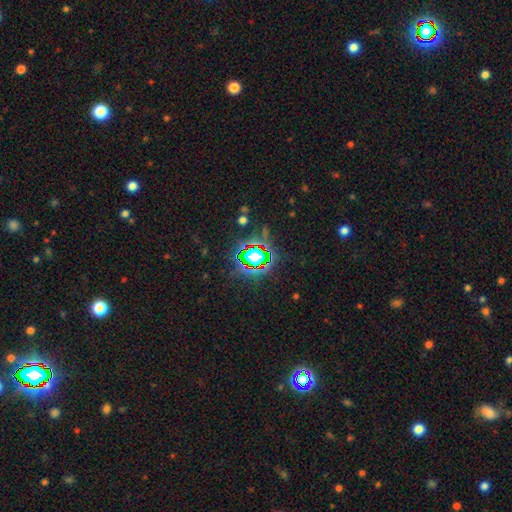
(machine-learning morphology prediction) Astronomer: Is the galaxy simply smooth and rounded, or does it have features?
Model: star or artifact — 69%.